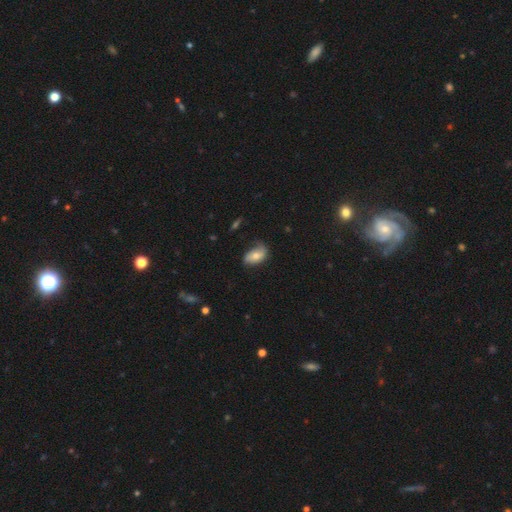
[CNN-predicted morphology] Smooth or featured? smooth (65%)
How rounded? in between (91%)
Merging? none (55%)